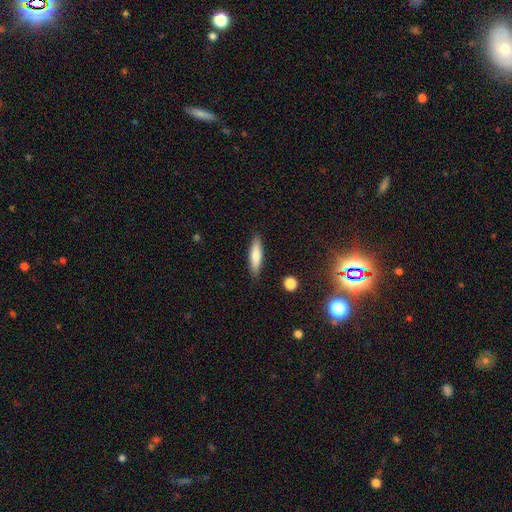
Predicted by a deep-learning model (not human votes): smooth-or-featured: smooth: 74% | featured or disk: 20% | star or artifact: 6%
  how-rounded: cigar-shaped: 73% | in between: 26% | round: 2%
  merging: none: 88% | minor disturbance: 9% | major disturbance: 2% | merger: 1%